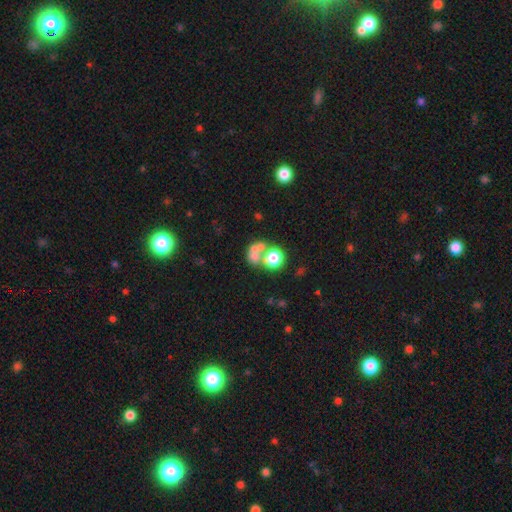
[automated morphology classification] Smooth or featured? Predicted: smooth (p=0.55). How rounded? Predicted: round (p=0.70). Merging? Predicted: merger (p=0.52).